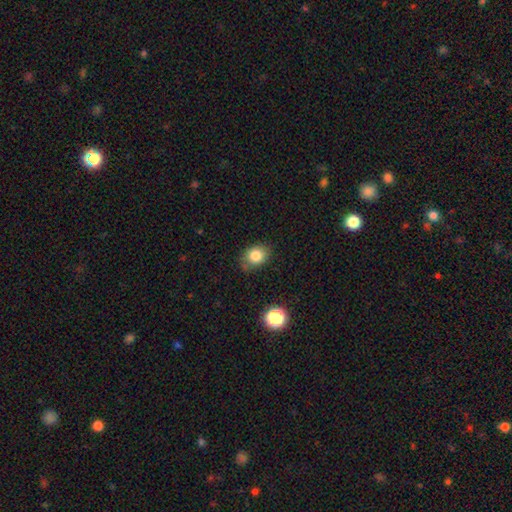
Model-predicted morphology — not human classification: smooth 83%, star or artifact 10%, featured or disk 7%. Down the decision tree: how rounded — in between (50%); merging — none (75%).